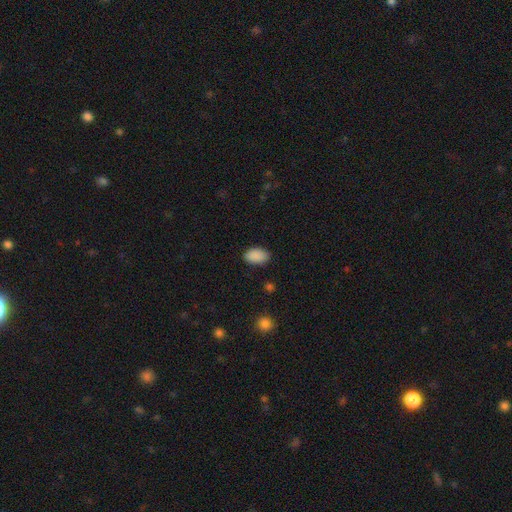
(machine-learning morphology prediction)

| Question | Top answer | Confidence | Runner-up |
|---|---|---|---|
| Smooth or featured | smooth | 89% | star or artifact (8%) |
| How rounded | in between | 90% | round (8%) |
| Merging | none | 84% | minor disturbance (12%) |